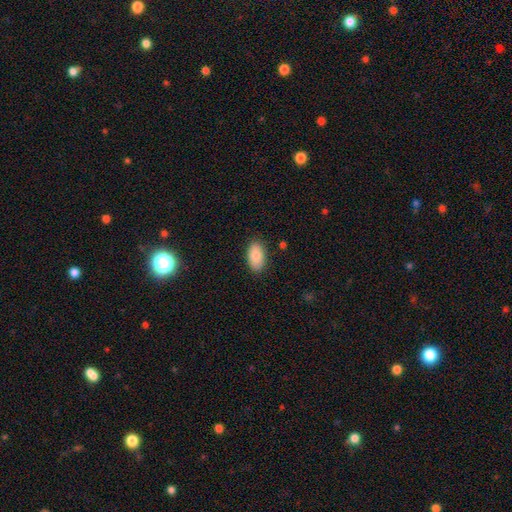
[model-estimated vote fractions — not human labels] Smooth or featured?
  - smooth: 86% *
  - featured or disk: 7%
  - star or artifact: 7%
How rounded?
  - in between: 94% *
  - round: 4%
  - cigar-shaped: 2%
Merging?
  - none: 86% *
  - minor disturbance: 10%
  - major disturbance: 2%
  - merger: 1%